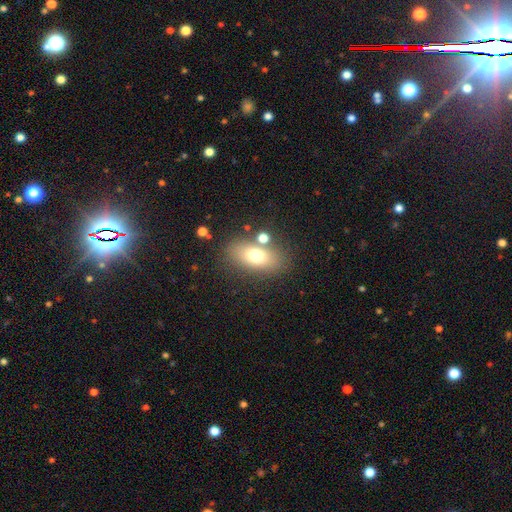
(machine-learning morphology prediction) Q: Smooth or featured?
A: smooth (71%); runner-up: featured or disk (17%)
Q: How rounded?
A: in between (82%); runner-up: round (13%)
Q: Merging?
A: none (74%); runner-up: minor disturbance (11%)